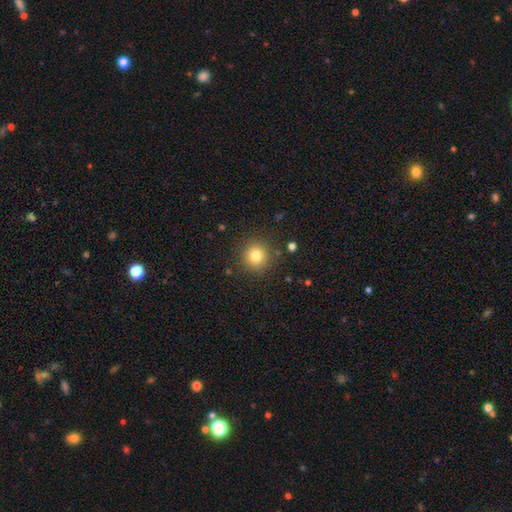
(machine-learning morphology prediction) Q: Smooth or featured?
A: smooth (80%); runner-up: star or artifact (13%)
Q: How rounded?
A: round (93%); runner-up: in between (6%)
Q: Merging?
A: none (89%); runner-up: minor disturbance (7%)